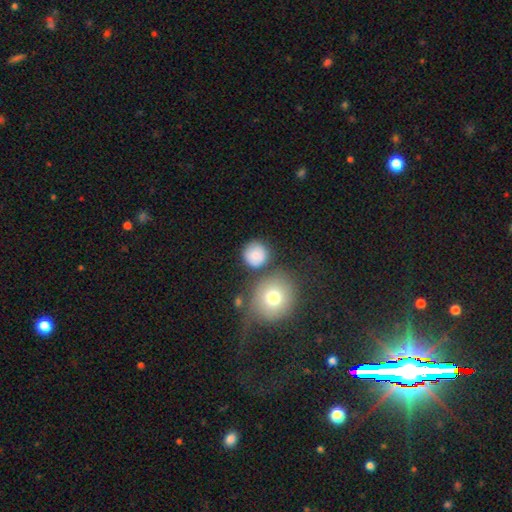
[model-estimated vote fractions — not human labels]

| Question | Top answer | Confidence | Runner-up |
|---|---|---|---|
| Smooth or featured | smooth | 86% | star or artifact (8%) |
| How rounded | round | 92% | in between (7%) |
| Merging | none | 76% | minor disturbance (11%) |